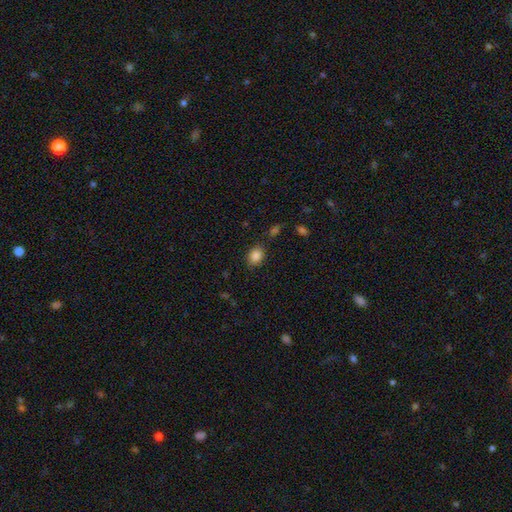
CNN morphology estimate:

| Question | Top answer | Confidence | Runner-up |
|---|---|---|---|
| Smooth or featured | smooth | 86% | star or artifact (9%) |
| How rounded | in between | 63% | round (36%) |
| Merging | none | 80% | minor disturbance (13%) |